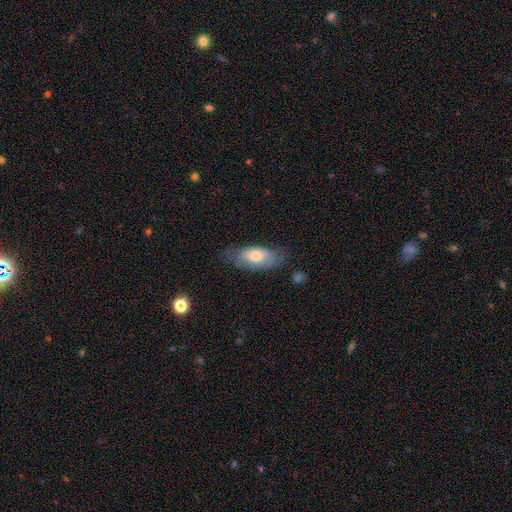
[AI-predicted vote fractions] smooth_or_featured: smooth (p=0.63) [alt: featured or disk p=0.30]
how_rounded: in between (p=0.87) [alt: cigar-shaped p=0.10]
merging: none (p=0.67) [alt: minor disturbance p=0.24]